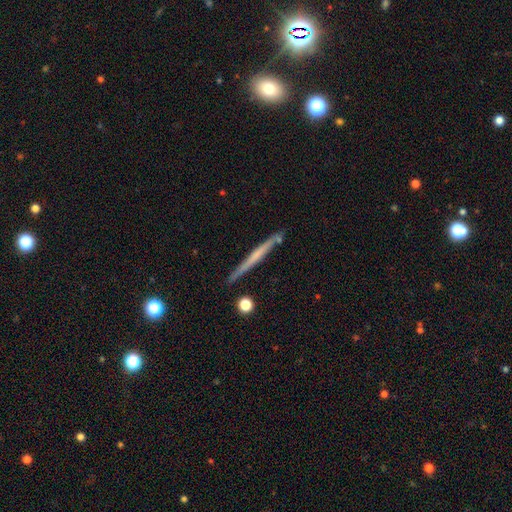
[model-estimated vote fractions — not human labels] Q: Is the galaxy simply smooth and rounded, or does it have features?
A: featured or disk — 55%.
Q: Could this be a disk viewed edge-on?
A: yes — 97%.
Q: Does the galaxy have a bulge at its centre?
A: none — 75%.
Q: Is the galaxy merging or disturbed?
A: none — 85%.